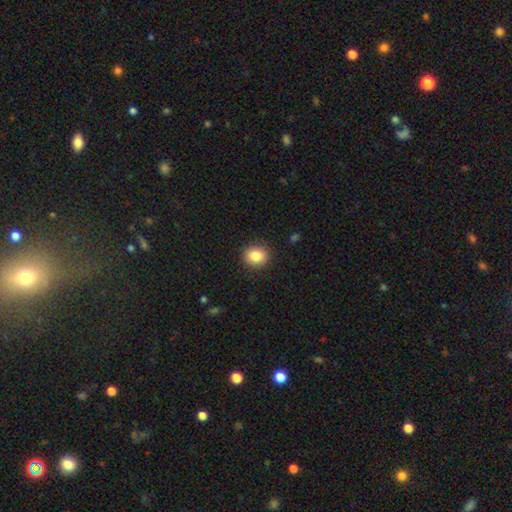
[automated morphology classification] The model was most divided on "how rounded": round: 78%, in between: 21%, cigar-shaped: 1%. More confident: merging — none (90%); smooth or featured — smooth (84%).